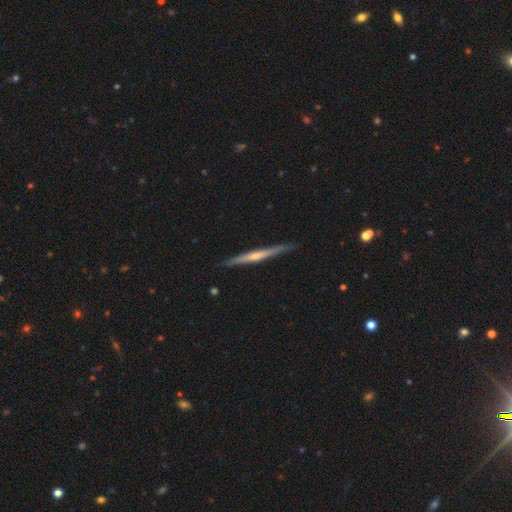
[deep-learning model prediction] smooth-or-featured: featured or disk: 75% | smooth: 19% | star or artifact: 6%
  disk-edge-on: yes: 98% | no: 2%
    edge-on-bulge: rounded: 68% | none: 23% | boxy: 8%
  merging: none: 91% | minor disturbance: 7% | major disturbance: 1% | merger: 1%